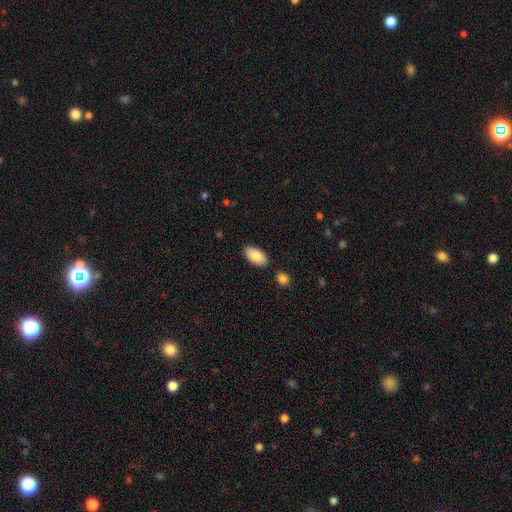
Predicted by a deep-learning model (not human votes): This appears to be a smooth galaxy with no disk features (87%) that is in between round and cigar-shaped (95%). Merging: none (85%).